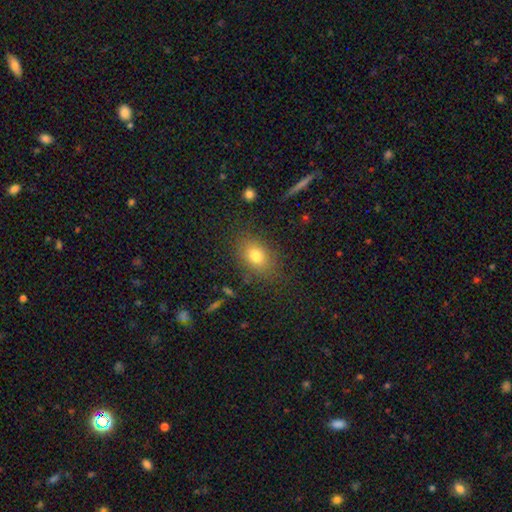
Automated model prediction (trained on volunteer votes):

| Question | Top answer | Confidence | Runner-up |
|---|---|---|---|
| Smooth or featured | smooth | 77% | star or artifact (12%) |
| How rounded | in between | 72% | round (26%) |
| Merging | none | 81% | minor disturbance (13%) |